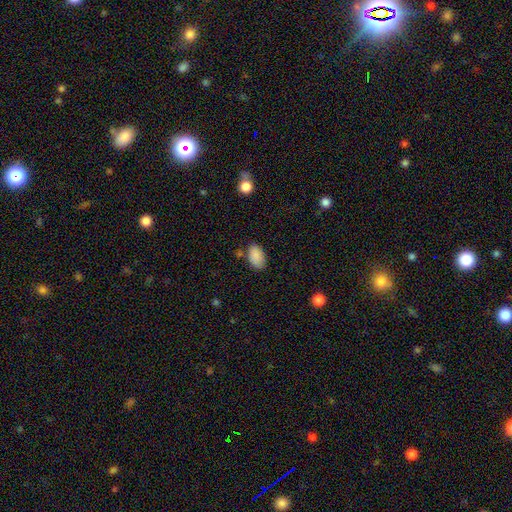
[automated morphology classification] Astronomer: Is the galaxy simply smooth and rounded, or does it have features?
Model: smooth — 88%.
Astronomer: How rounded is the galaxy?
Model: in between — 92%.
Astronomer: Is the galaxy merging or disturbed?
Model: none — 74%.